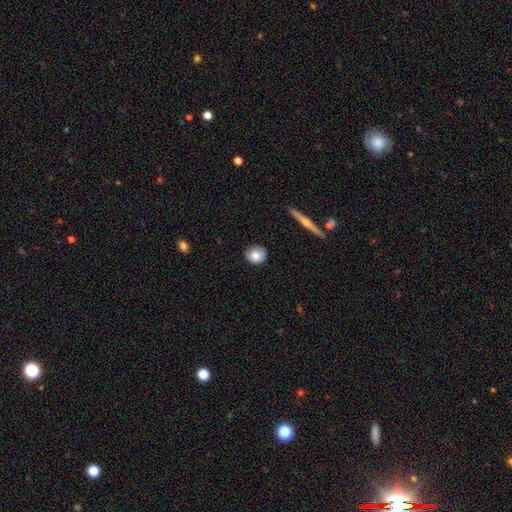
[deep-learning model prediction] Smooth or featured? Predicted: smooth (p=0.79). How rounded? Predicted: round (p=0.82). Merging? Predicted: none (p=0.83).